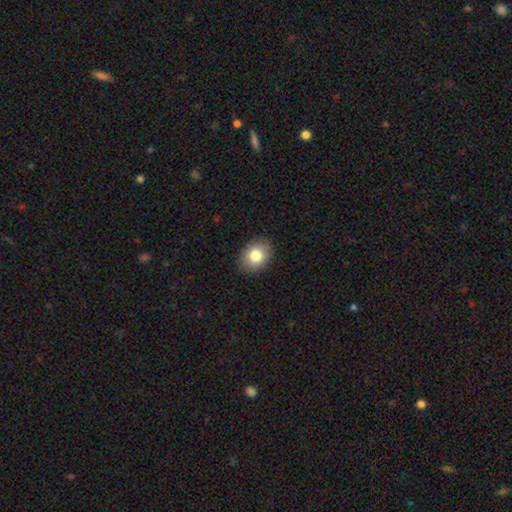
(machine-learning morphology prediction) Smooth or featured?
  - smooth: 82% *
  - featured or disk: 9%
  - star or artifact: 9%
How rounded?
  - in between: 63% *
  - round: 36%
  - cigar-shaped: 1%
Merging?
  - none: 90% *
  - minor disturbance: 7%
  - major disturbance: 2%
  - merger: 1%